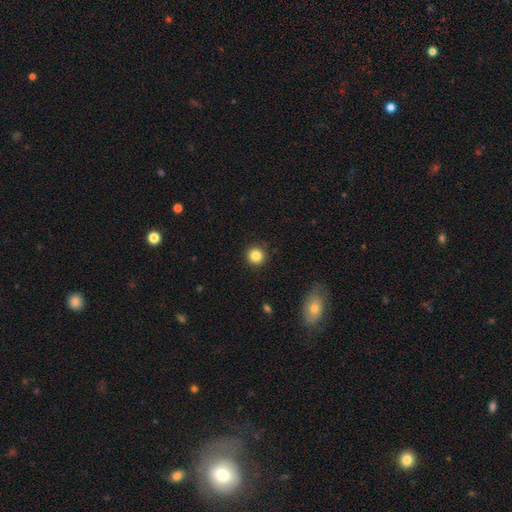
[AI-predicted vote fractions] This appears to be a smooth galaxy with no disk features (84%) that is round (94%). Merging: none (92%).